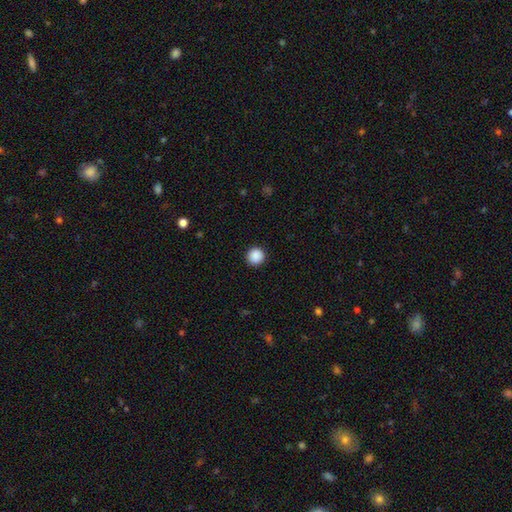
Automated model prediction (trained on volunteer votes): This appears to be a smooth galaxy with no disk features (89%) that is round (95%). Merging: none (93%).